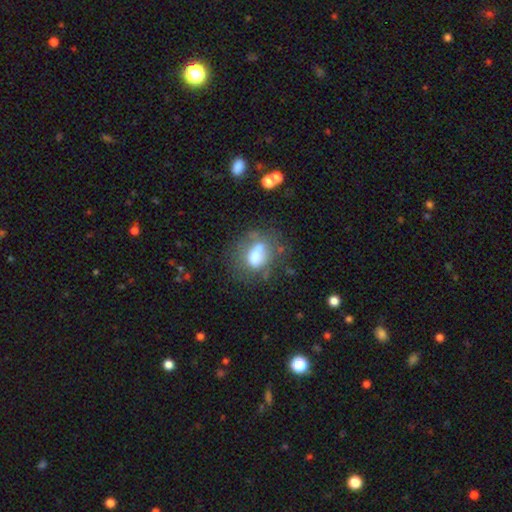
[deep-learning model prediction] The model was most divided on "merging": none: 41%, minor disturbance: 23%, major disturbance: 20%, merger: 15%. More confident: how rounded — in between (65%); smooth or featured — smooth (56%).